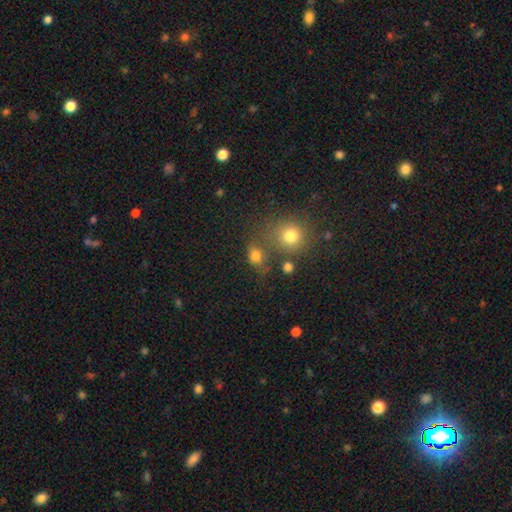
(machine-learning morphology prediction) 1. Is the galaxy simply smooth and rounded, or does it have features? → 76% smooth, 16% star or artifact, 8% featured or disk.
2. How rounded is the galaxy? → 54% round, 44% in between, 2% cigar-shaped.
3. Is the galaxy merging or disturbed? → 57% none, 20% merger, 15% minor disturbance, 9% major disturbance.